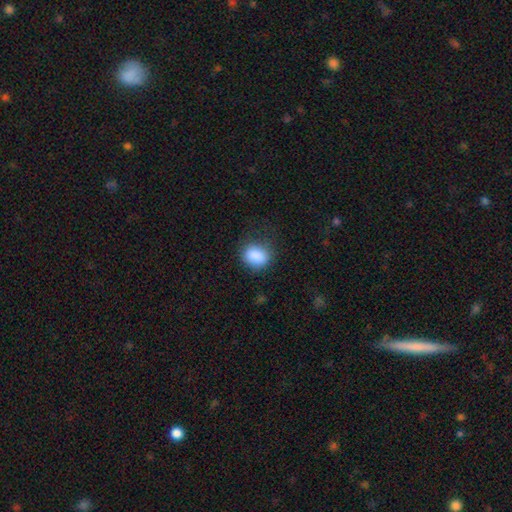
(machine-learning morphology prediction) Smooth or featured? smooth (87%)
How rounded? in between (51%)
Merging? none (72%)